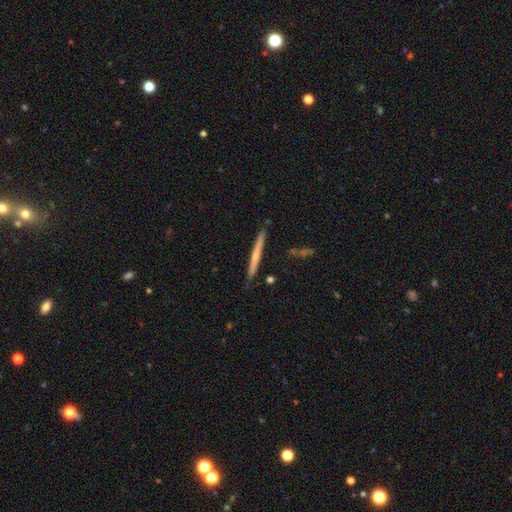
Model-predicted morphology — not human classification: featured or disk 54%, smooth 40%, star or artifact 6%. Down the decision tree: edge-on disk — yes (97%); edge-on bulge — none (49%); merging — none (88%).